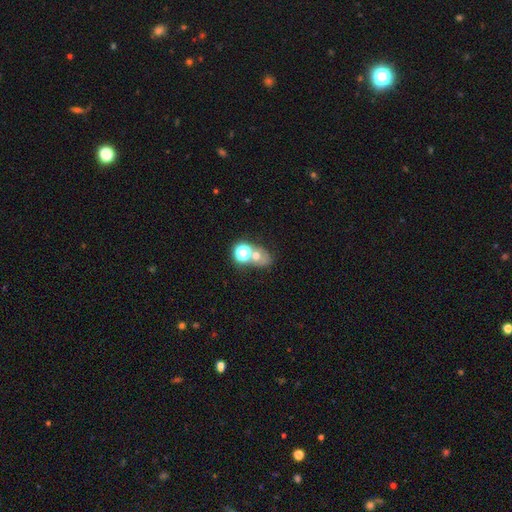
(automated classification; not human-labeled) This is possibly a smooth galaxy (55%). How rounded: possibly round (52%). Merging: marginally merger (43%).